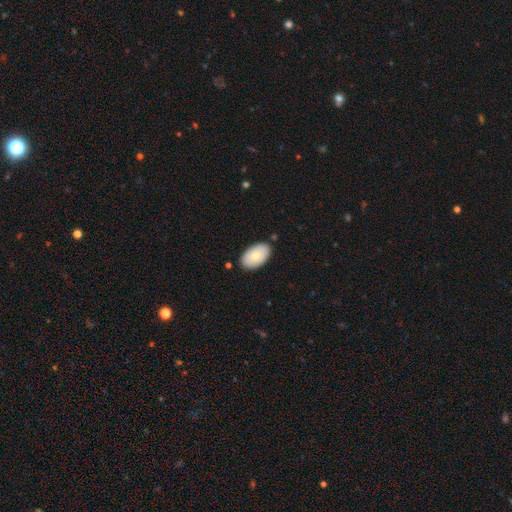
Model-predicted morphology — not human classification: Smooth or featured?
  - smooth: 77% *
  - featured or disk: 17%
  - star or artifact: 6%
How rounded?
  - in between: 95% *
  - round: 4%
  - cigar-shaped: 1%
Merging?
  - none: 85% *
  - minor disturbance: 11%
  - major disturbance: 2%
  - merger: 2%